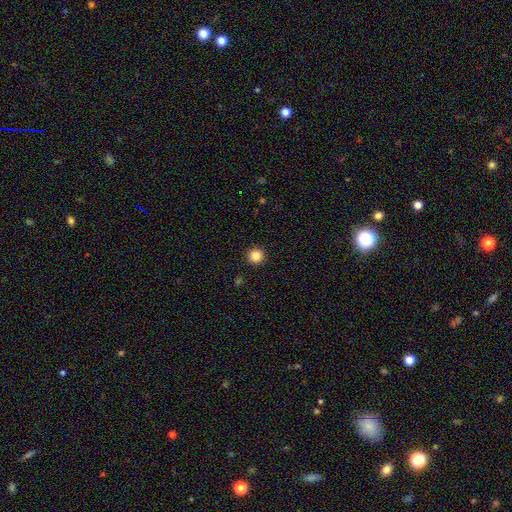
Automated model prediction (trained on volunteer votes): The model was most divided on "smooth or featured": smooth: 85%, star or artifact: 11%, featured or disk: 4%. More confident: how rounded — round (96%); merging — none (93%).